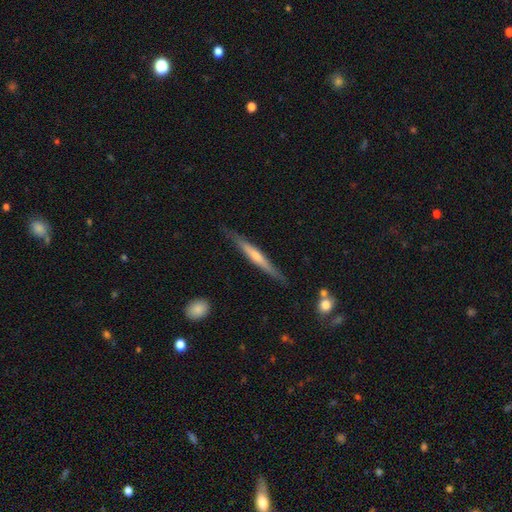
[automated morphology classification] featured or disk 57%, smooth 37%, star or artifact 6%. Down the decision tree: edge-on disk — yes (96%); edge-on bulge — rounded (50%); merging — none (85%).